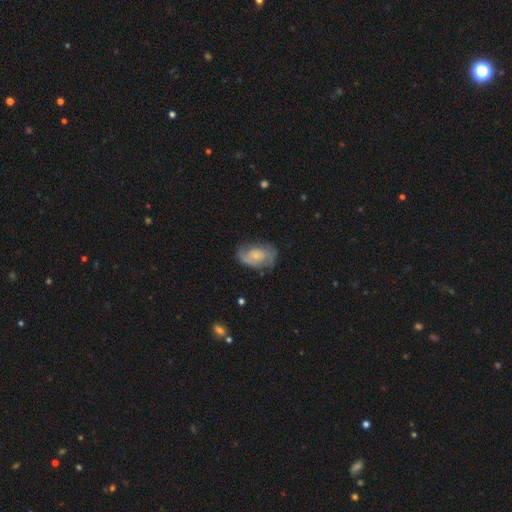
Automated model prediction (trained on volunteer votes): Q: Smooth or featured?
A: featured or disk (61%); runner-up: smooth (33%)
Q: Edge-on disk?
A: no (97%); runner-up: yes (3%)
Q: Bar?
A: no (75%); runner-up: weak (22%)
Q: Spiral arms?
A: yes (79%); runner-up: no (21%)
Q: Bulge size?
A: small (63%); runner-up: moderate (26%)
Q: Merging?
A: none (57%); runner-up: minor disturbance (26%)